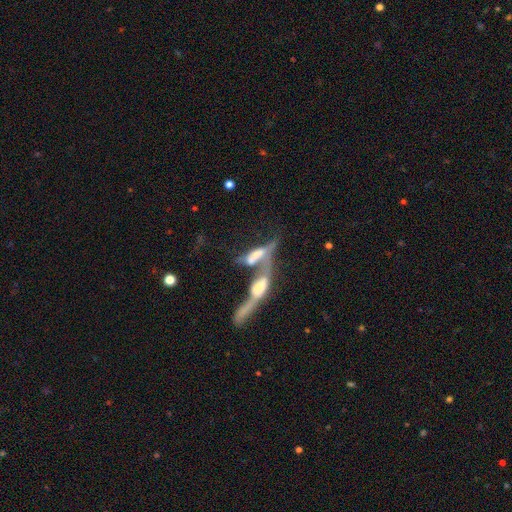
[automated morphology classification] This appears to be a featured or disk galaxy (50%). Merging: merger (79%).